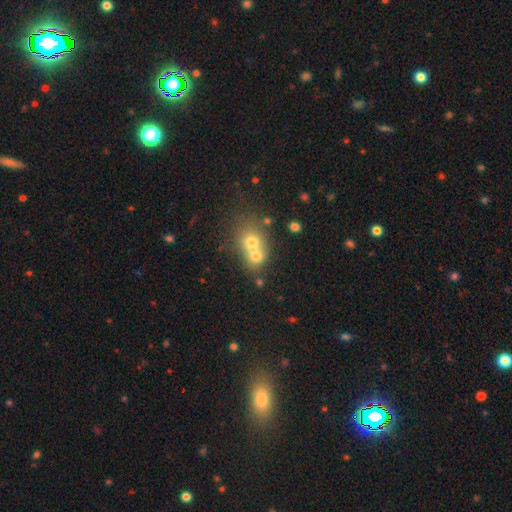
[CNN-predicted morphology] This is likely a smooth galaxy (61%). How rounded: likely round (62%). Merging: likely merger (68%).